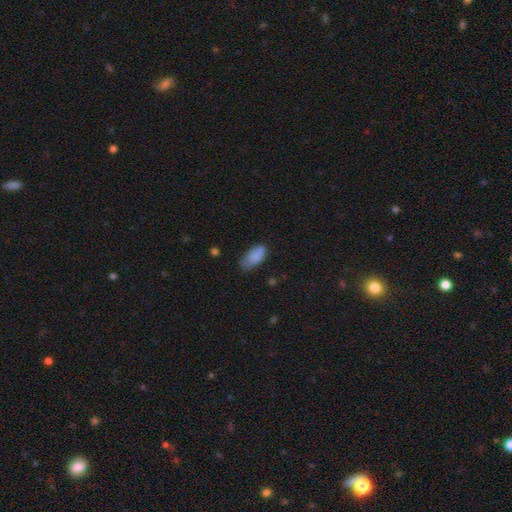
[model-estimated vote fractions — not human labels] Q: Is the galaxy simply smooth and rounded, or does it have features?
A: smooth — 84%.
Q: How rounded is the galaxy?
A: in between — 91%.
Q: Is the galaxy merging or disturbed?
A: none — 51%.